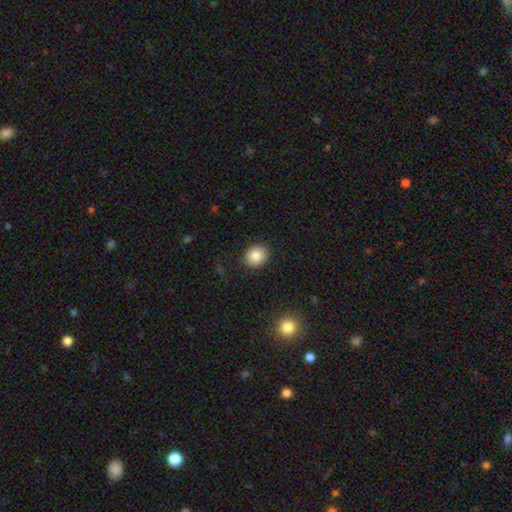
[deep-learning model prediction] This appears to be a smooth galaxy with no disk features (84%) that is round (70%). Merging: none (89%).